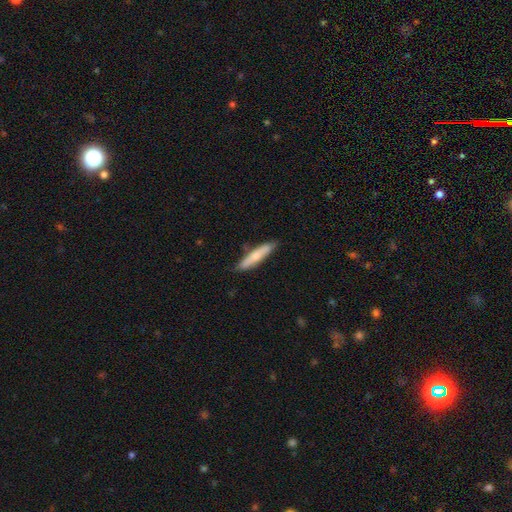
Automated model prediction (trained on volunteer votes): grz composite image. It shows a smooth galaxy with no disk features (68%) that is cigar-shaped (86%). Merging: none (82%).